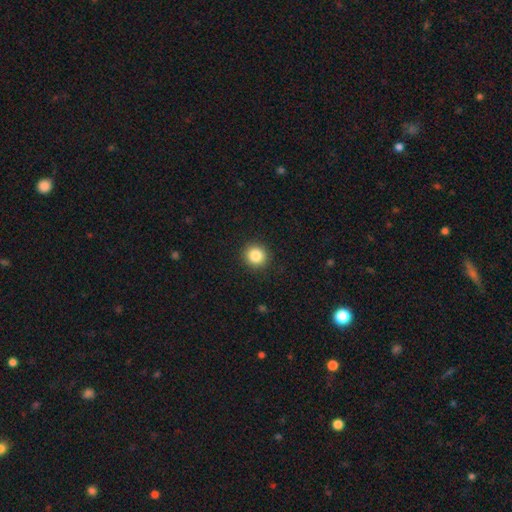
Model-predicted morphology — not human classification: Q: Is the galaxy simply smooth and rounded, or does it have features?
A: smooth — 85%.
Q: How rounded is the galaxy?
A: round — 93%.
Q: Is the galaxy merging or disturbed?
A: none — 92%.